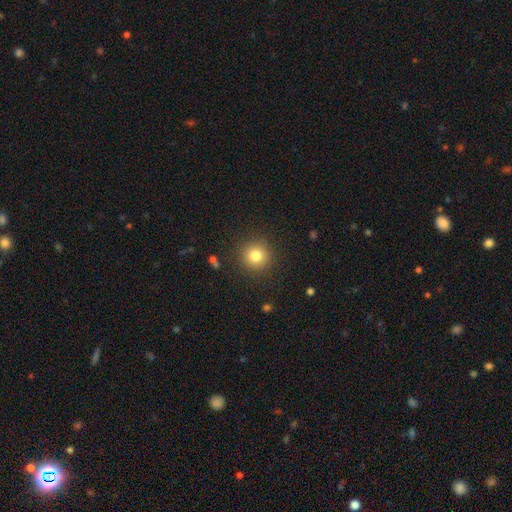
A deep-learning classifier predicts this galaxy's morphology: Q: Smooth or featured?
A: smooth (81%); runner-up: star or artifact (12%)
Q: How rounded?
A: round (93%); runner-up: in between (6%)
Q: Merging?
A: none (89%); runner-up: minor disturbance (7%)